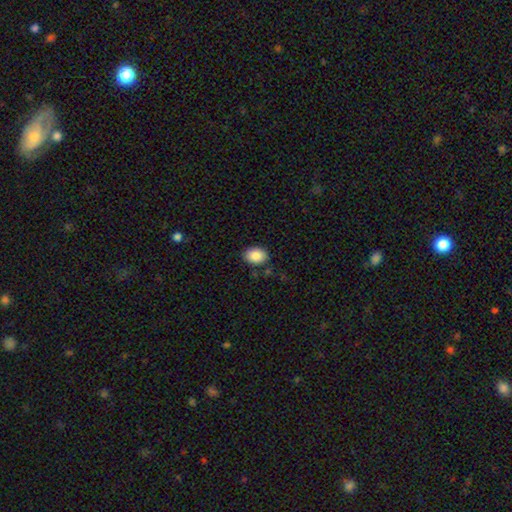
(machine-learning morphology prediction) Smooth or featured: smooth — 87% (star or artifact — 7%)
How rounded: in between — 75% (round — 24%)
Merging: none — 85% (minor disturbance — 10%)